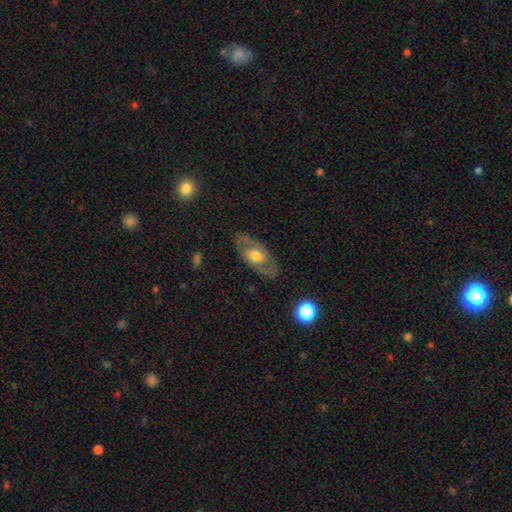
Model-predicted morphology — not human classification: Overall: featured or disk (50%; smooth 43%). Edge-on disk: no (79%). Merging: none (80%).